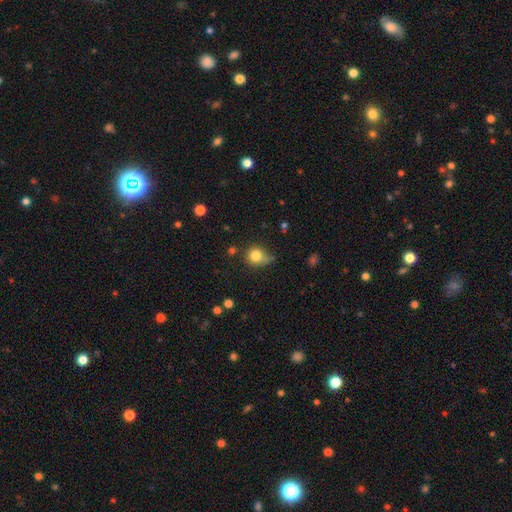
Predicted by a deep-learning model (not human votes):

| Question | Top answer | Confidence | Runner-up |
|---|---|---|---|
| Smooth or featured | smooth | 80% | star or artifact (12%) |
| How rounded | round | 85% | in between (14%) |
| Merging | none | 62% | minor disturbance (22%) |